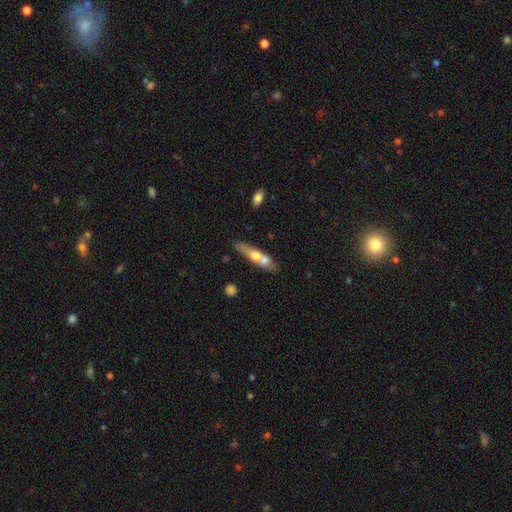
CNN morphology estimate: smooth-or-featured: smooth: 50% | featured or disk: 43% | star or artifact: 6%
  how-rounded: cigar-shaped: 74% | in between: 22% | round: 4%
  merging: none: 45% | merger: 37% | minor disturbance: 13% | major disturbance: 5%